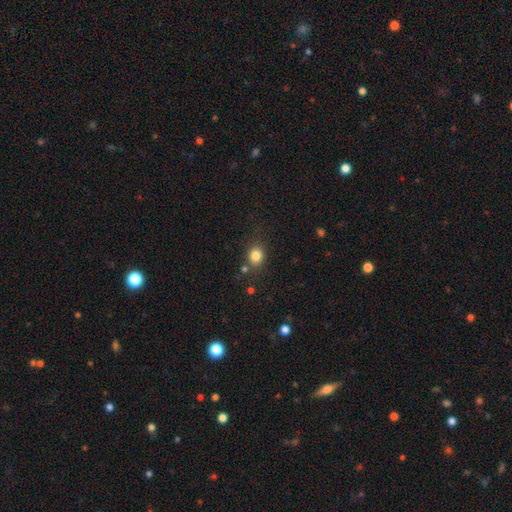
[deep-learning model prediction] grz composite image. It shows a smooth galaxy with no disk features (82%) that is round (67%). Merging: none (76%).